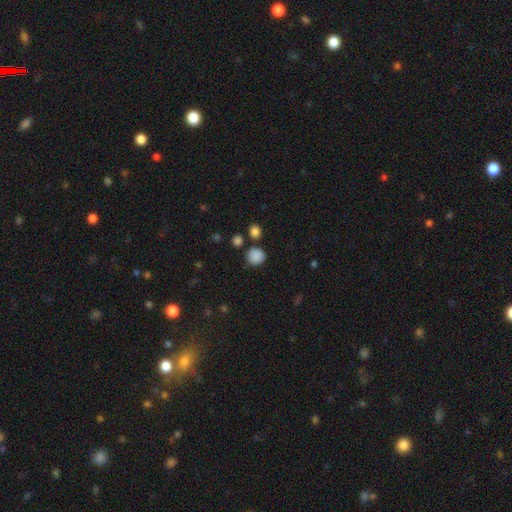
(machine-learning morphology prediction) type=smooth (86%); roundness=round (87%); merging=none (75%).